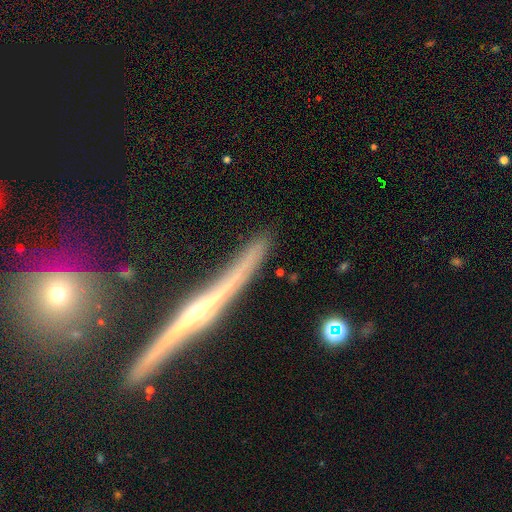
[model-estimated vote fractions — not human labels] A featured or disk galaxy (60%) viewed edge-on (91%) with a rounded central bulge (64%).

Vote fractions:
- Smooth or featured? featured or disk: 60% / smooth: 27% / star or artifact: 13%
- Edge-on disk? yes: 91% / no: 9%
- Edge-on bulge? rounded: 64% / none: 27% / boxy: 9%
- Merging? none: 75% / minor disturbance: 15% / major disturbance: 6% / merger: 5%